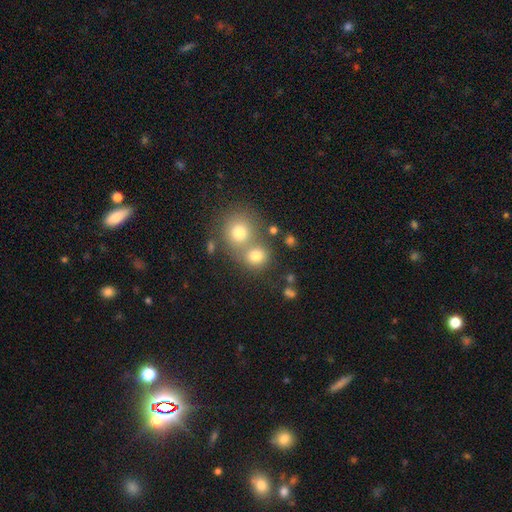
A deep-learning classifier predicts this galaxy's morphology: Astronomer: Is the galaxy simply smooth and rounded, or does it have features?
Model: smooth — 76%.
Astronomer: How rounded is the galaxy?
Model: round — 82%.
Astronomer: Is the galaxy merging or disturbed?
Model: none — 46% (runner-up: merger, 43%).